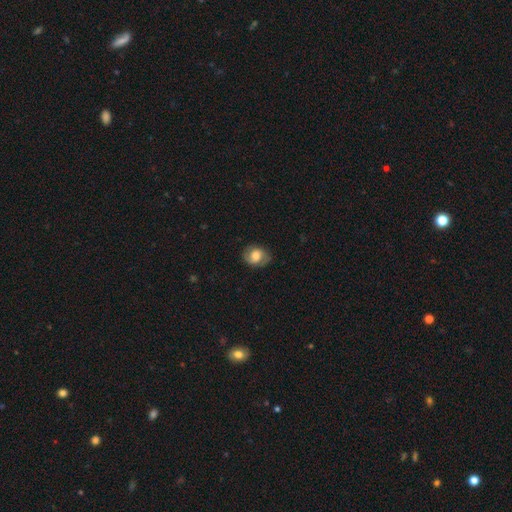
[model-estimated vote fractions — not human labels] This is possibly a smooth galaxy (59%). How rounded: possibly in between (55%). Merging: likely none (74%).